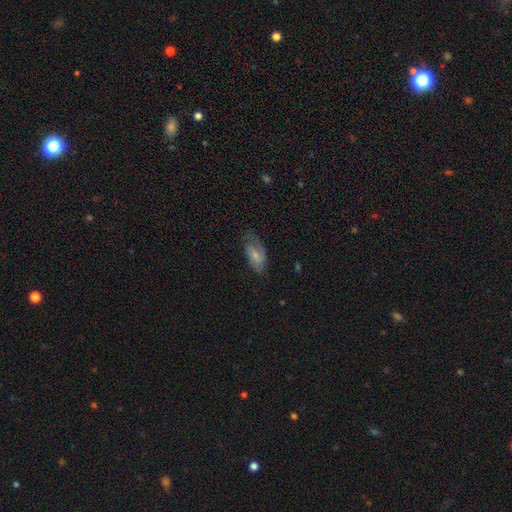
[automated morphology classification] type=featured or disk (47%); merging=none (57%).